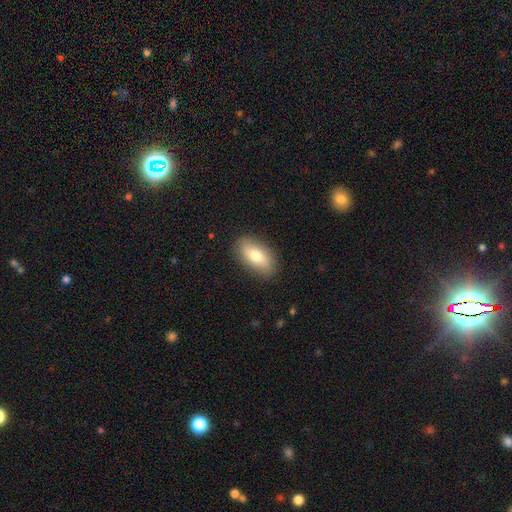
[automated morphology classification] A smooth galaxy with no disk features (74%) that is in between round and cigar-shaped (89%).

Vote fractions:
- Smooth or featured? smooth: 74% / featured or disk: 19% / star or artifact: 6%
- How rounded? in between: 89% / cigar-shaped: 7% / round: 4%
- Merging? none: 87% / minor disturbance: 10% / major disturbance: 2% / merger: 1%